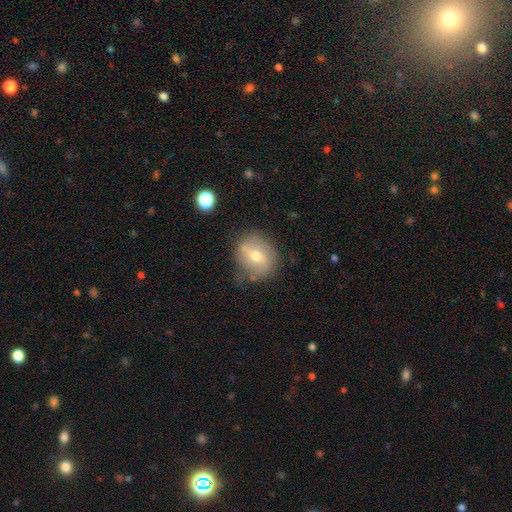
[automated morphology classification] This is possibly a smooth galaxy (56%). How rounded: likely round (70%). Merging: likely none (66%).